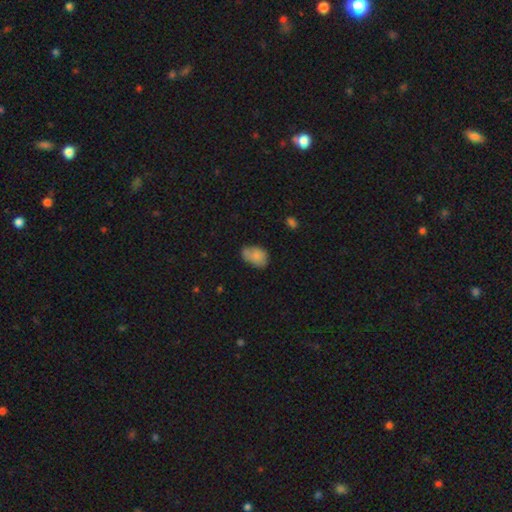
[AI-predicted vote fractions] smooth_or_featured: smooth (p=0.77) [alt: featured or disk p=0.14]
how_rounded: in between (p=0.77) [alt: round p=0.22]
merging: none (p=0.45) [alt: minor disturbance p=0.31]